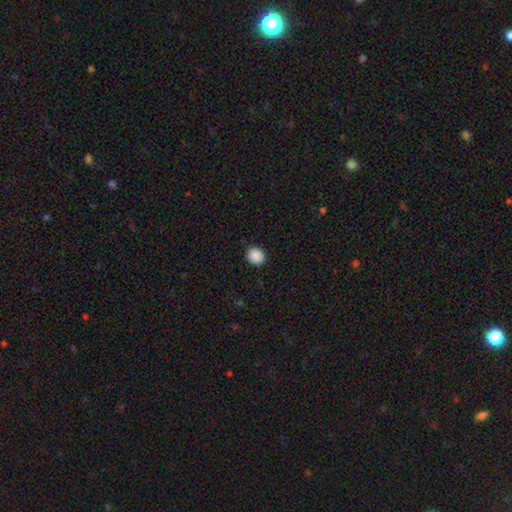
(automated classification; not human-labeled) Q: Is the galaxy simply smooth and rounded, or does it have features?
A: smooth — 89%.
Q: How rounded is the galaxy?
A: round — 73%.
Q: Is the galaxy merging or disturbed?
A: none — 91%.